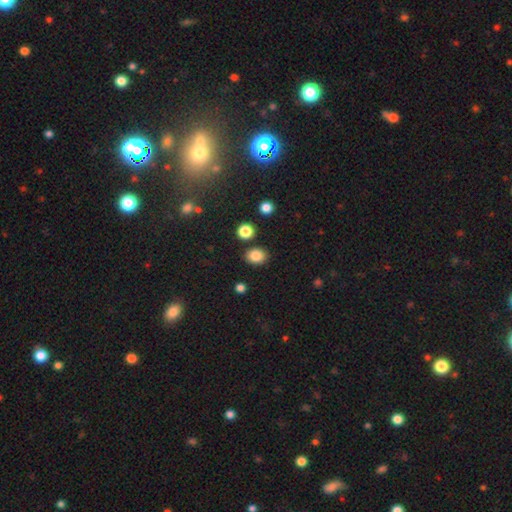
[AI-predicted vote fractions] Q: Smooth or featured?
A: smooth (85%); runner-up: star or artifact (10%)
Q: How rounded?
A: in between (58%); runner-up: round (41%)
Q: Merging?
A: none (85%); runner-up: minor disturbance (9%)